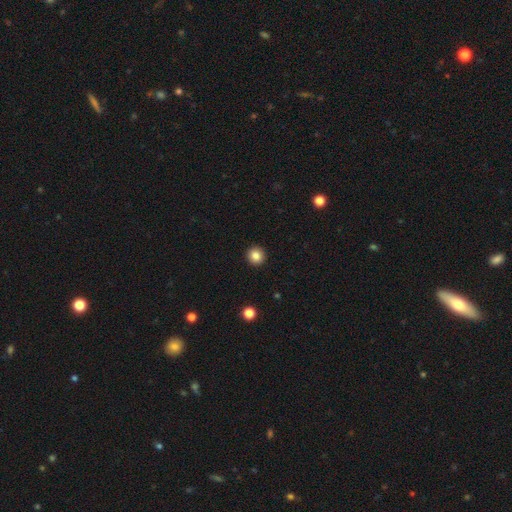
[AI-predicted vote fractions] This is clearly a smooth galaxy (85%). How rounded: clearly round (94%). Merging: clearly none (93%).